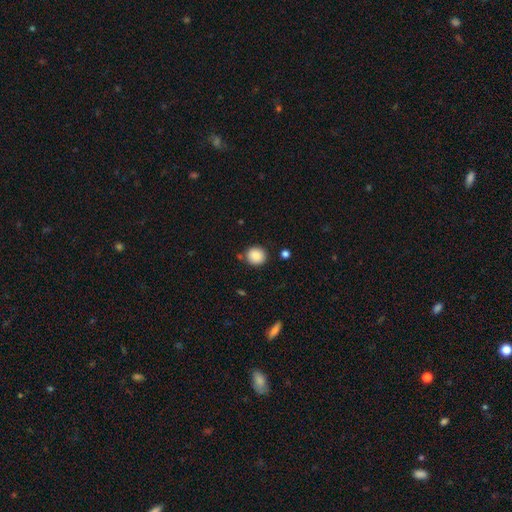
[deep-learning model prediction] smooth_or_featured: smooth (p=0.86) [alt: star or artifact p=0.09]
how_rounded: round (p=0.87) [alt: in between p=0.12]
merging: none (p=0.83) [alt: minor disturbance p=0.10]